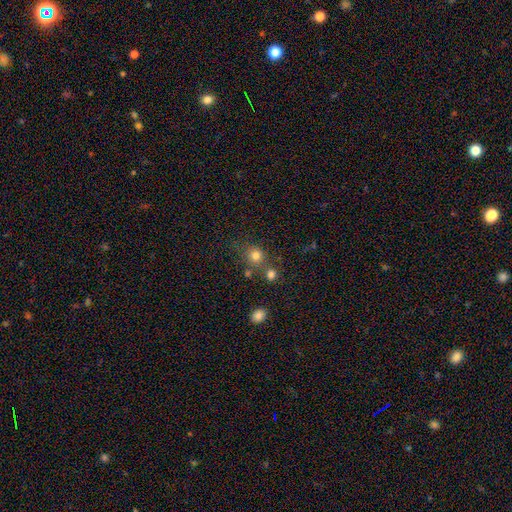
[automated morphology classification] This appears to be a smooth galaxy with no disk features (78%) that is round (87%). Merging: none (66%).